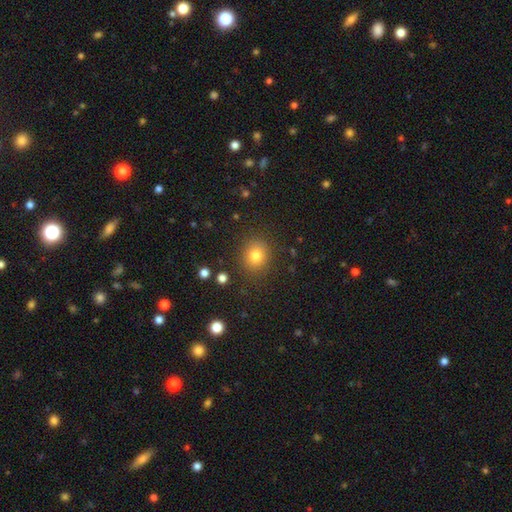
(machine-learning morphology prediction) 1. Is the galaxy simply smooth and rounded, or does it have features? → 79% smooth, 13% star or artifact, 8% featured or disk.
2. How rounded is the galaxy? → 77% round, 22% in between, 1% cigar-shaped.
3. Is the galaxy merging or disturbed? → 86% none, 9% minor disturbance, 3% major disturbance, 2% merger.